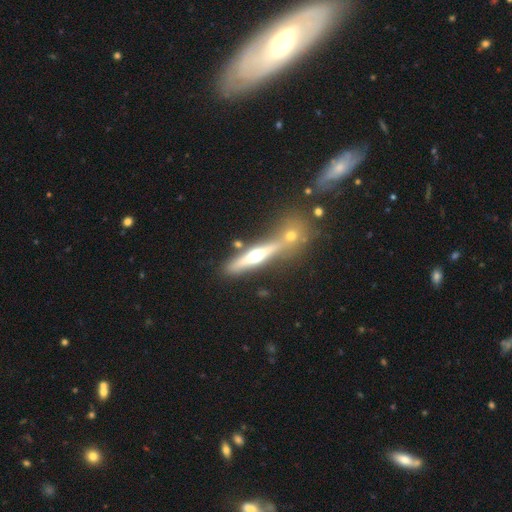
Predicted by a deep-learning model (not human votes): Overall: featured or disk (62%; smooth 31%). Edge-on disk: yes (91%). Edge-on bulge: rounded (93%). Merging: none (62%; merger 23%).